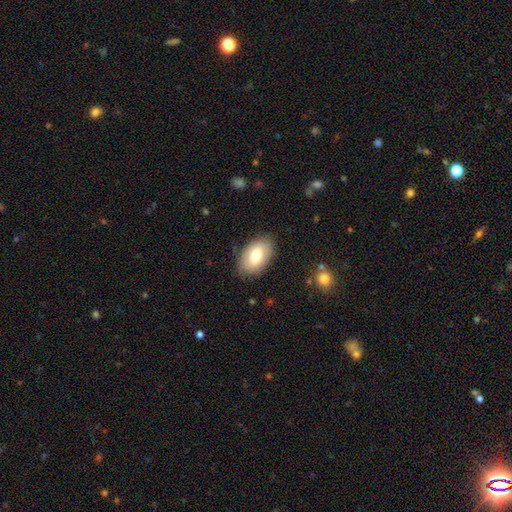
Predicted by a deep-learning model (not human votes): A smooth galaxy with no disk features (76%) that is in between round and cigar-shaped (92%). Merging: none (84%).